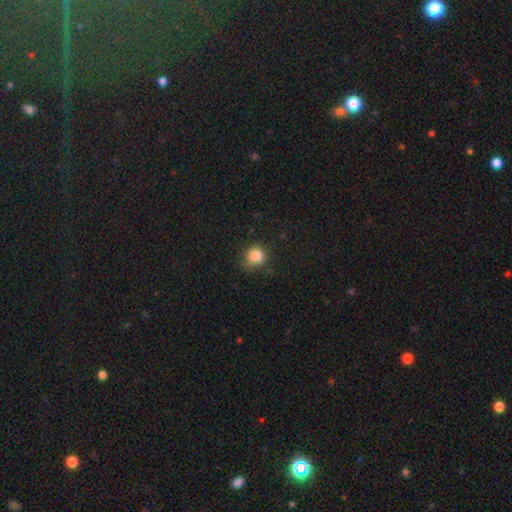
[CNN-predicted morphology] Overall: smooth (85%). How rounded: round (83%). Merging: none (68%).